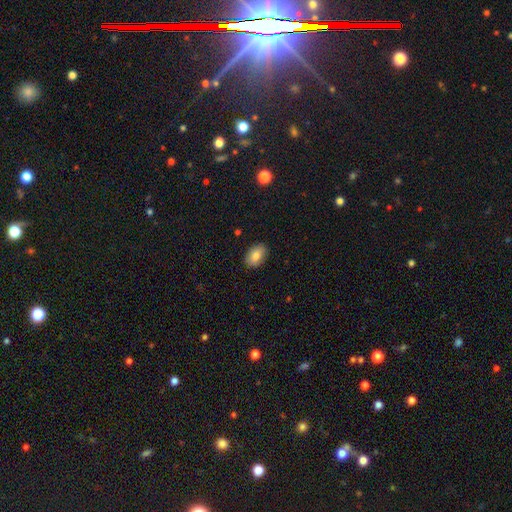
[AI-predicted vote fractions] smooth_or_featured: smooth (p=0.81) [alt: featured or disk p=0.12]
how_rounded: in between (p=0.88) [alt: round p=0.11]
merging: none (p=0.88) [alt: minor disturbance p=0.09]